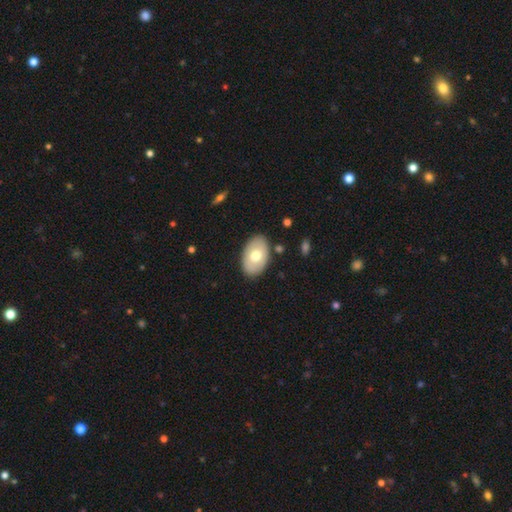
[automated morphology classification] Smooth or featured? Predicted: smooth (p=0.66). How rounded? Predicted: in between (p=0.91). Merging? Predicted: none (p=0.87).